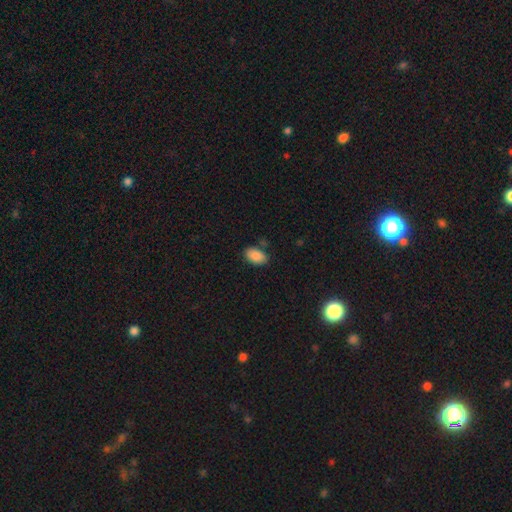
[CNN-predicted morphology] type=smooth (88%); roundness=in between (91%); merging=none (78%).